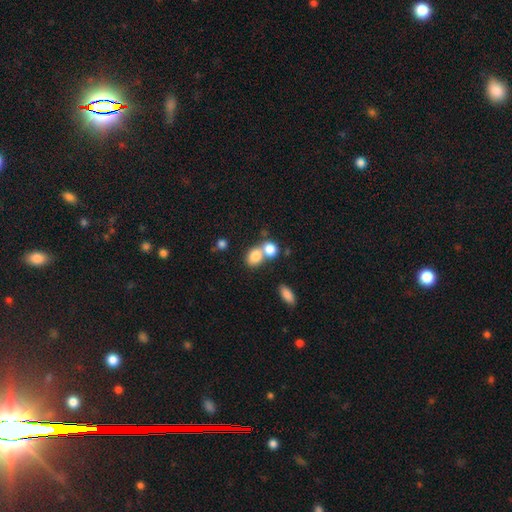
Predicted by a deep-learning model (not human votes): A smooth galaxy with no disk features (80%) that is round (51%). Merging: merger (54%).